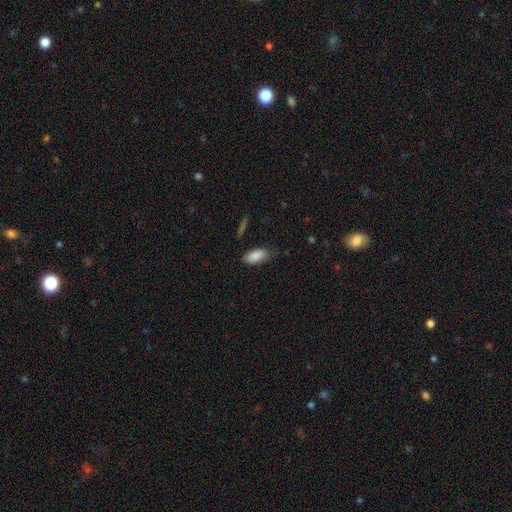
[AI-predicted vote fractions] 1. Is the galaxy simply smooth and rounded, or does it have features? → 87% smooth, 7% star or artifact, 6% featured or disk.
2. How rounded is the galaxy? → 90% in between, 8% cigar-shaped, 2% round.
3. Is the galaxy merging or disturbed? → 72% none, 22% minor disturbance, 4% major disturbance, 2% merger.